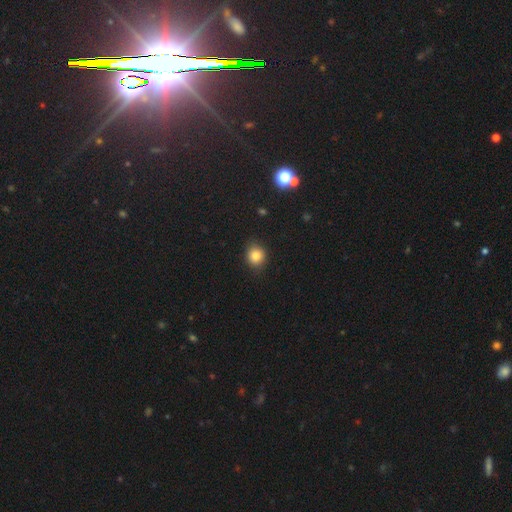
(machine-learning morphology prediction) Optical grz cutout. It shows a smooth galaxy with no disk features (82%) that is round (81%). Merging: none (85%).